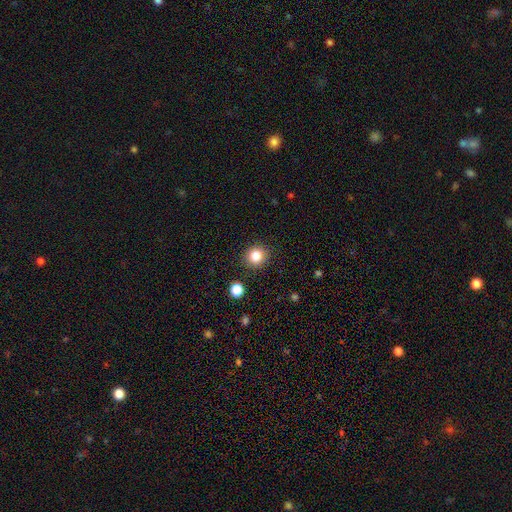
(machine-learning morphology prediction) Smooth or featured? Predicted: smooth (p=0.83). How rounded? Predicted: round (p=0.88). Merging? Predicted: none (p=0.89).